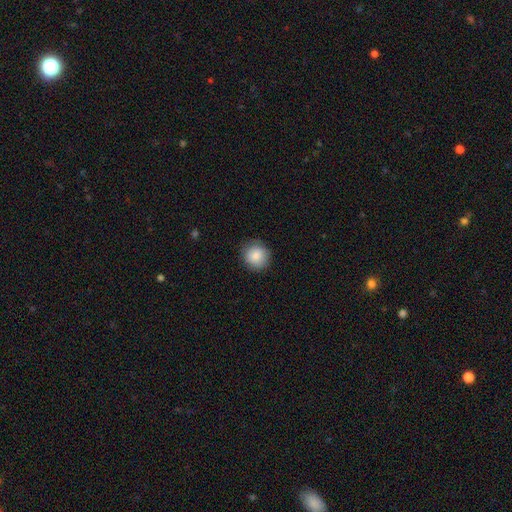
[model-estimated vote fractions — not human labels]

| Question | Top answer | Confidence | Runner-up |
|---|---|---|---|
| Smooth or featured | smooth | 87% | star or artifact (8%) |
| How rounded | round | 91% | in between (8%) |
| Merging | none | 86% | minor disturbance (10%) |